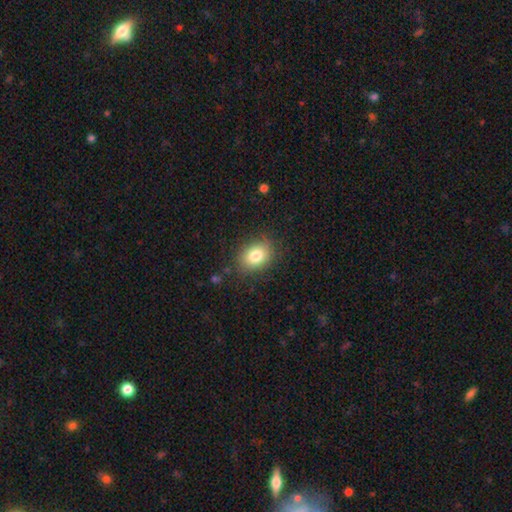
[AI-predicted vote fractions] smooth-or-featured: smooth: 80% | star or artifact: 10% | featured or disk: 10%
  how-rounded: in between: 64% | round: 35% | cigar-shaped: 1%
  merging: none: 83% | minor disturbance: 12% | major disturbance: 3% | merger: 1%